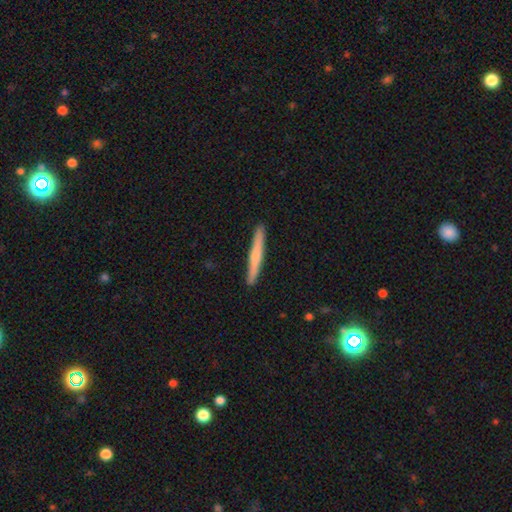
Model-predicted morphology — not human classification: This appears to be a smooth galaxy with no disk features (56%) that is cigar-shaped (96%). Merging: none (92%).